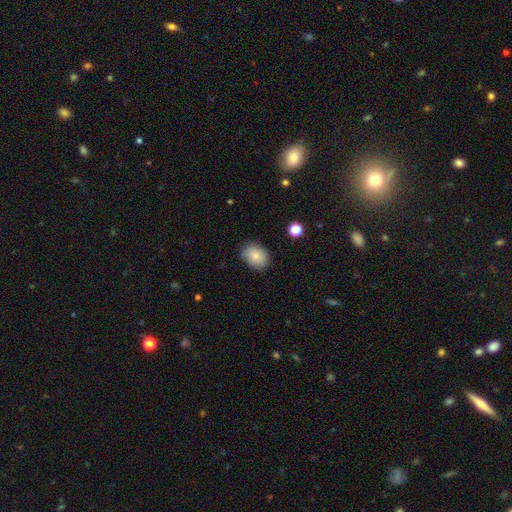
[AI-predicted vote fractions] Smooth or featured? Predicted: smooth (p=0.83). How rounded? Predicted: in between (p=0.65). Merging? Predicted: none (p=0.84).